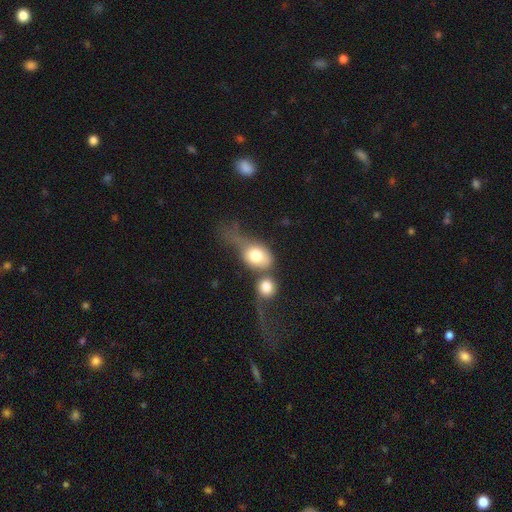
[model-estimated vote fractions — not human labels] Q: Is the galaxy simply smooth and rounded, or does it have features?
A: smooth — 68%.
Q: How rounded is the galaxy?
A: in between — 51%.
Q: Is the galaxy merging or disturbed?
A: merger — 56%.